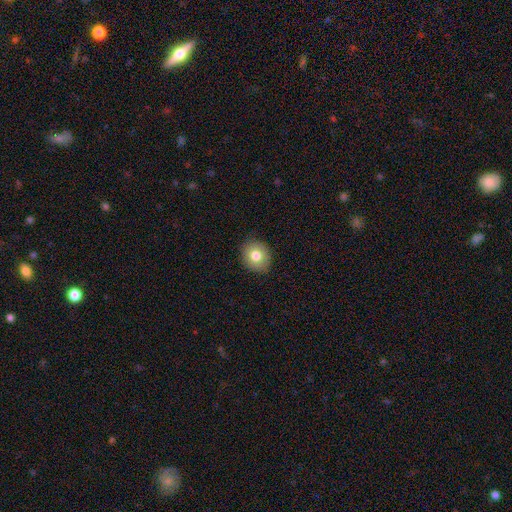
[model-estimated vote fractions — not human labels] smooth 79%, featured or disk 11%, star or artifact 10%. Down the decision tree: how rounded — round (74%); merging — none (89%).